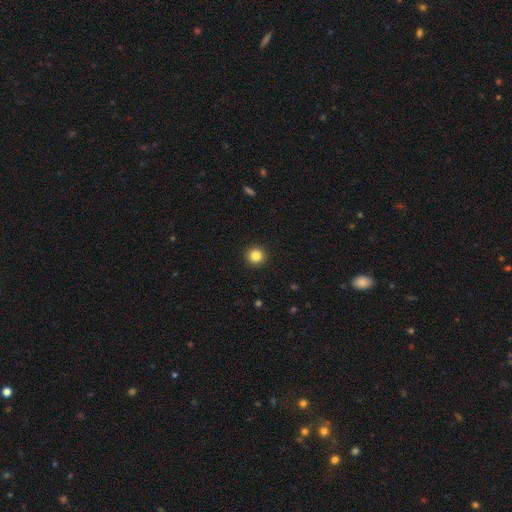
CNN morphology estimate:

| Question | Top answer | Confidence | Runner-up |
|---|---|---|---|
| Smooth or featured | smooth | 85% | star or artifact (11%) |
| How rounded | round | 96% | in between (3%) |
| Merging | none | 93% | minor disturbance (4%) |